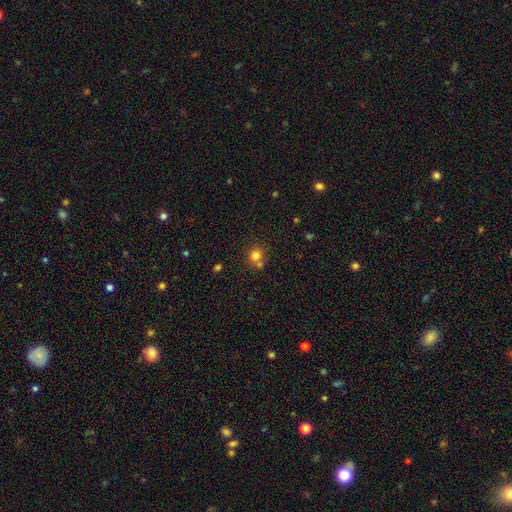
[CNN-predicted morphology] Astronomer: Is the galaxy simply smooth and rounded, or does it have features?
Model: smooth — 79%.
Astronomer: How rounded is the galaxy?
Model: round — 85%.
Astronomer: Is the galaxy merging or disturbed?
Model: none — 57%.